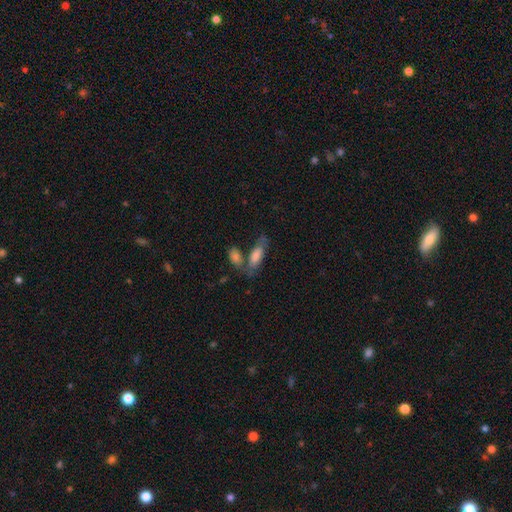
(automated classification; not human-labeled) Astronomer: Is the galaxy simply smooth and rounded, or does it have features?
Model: smooth — 70%.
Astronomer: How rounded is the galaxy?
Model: in between — 72%.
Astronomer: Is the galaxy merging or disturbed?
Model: none — 47% (runner-up: merger, 30%).